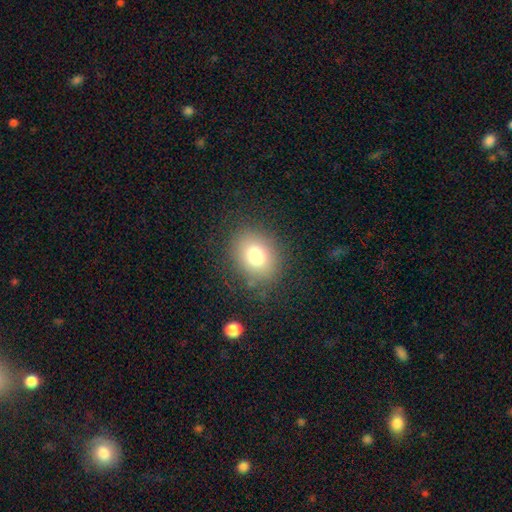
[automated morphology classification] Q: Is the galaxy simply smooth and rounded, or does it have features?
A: smooth — 76%.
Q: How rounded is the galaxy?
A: round — 57%.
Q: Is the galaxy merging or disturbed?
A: none — 83%.